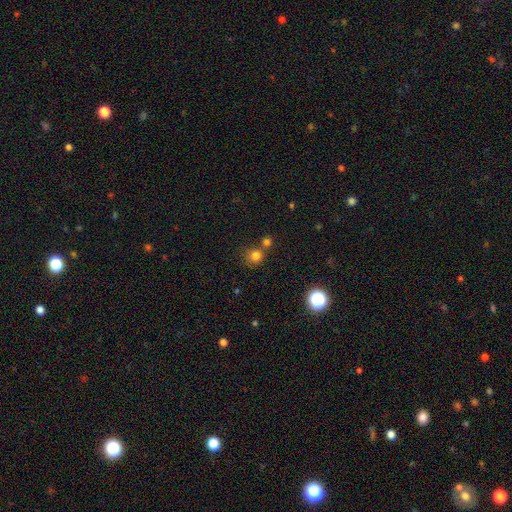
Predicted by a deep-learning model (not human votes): A smooth galaxy with no disk features (77%) that is round (89%). Merging: none (61%).